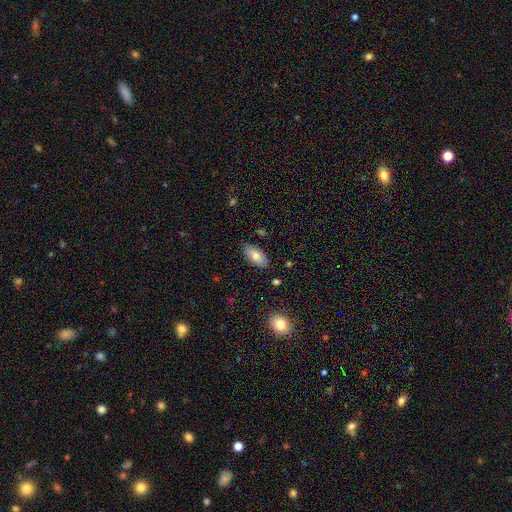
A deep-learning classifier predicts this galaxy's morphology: A smooth galaxy with no disk features (76%) that is in between round and cigar-shaped (91%). Merging: none (83%).